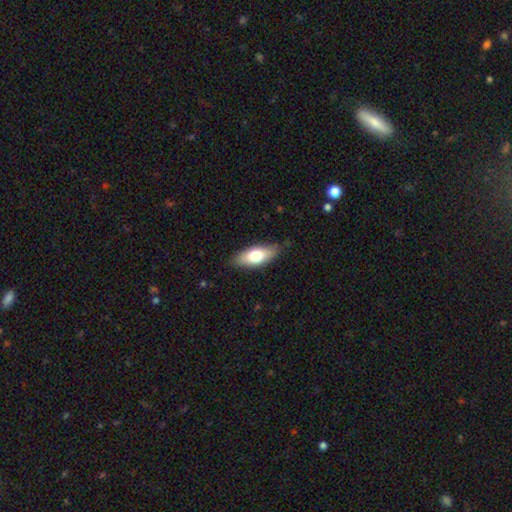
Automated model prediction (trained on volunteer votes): smooth-or-featured: smooth: 71% | featured or disk: 23% | star or artifact: 6%
  how-rounded: in between: 79% | cigar-shaped: 18% | round: 3%
  merging: none: 83% | minor disturbance: 13% | major disturbance: 3% | merger: 1%